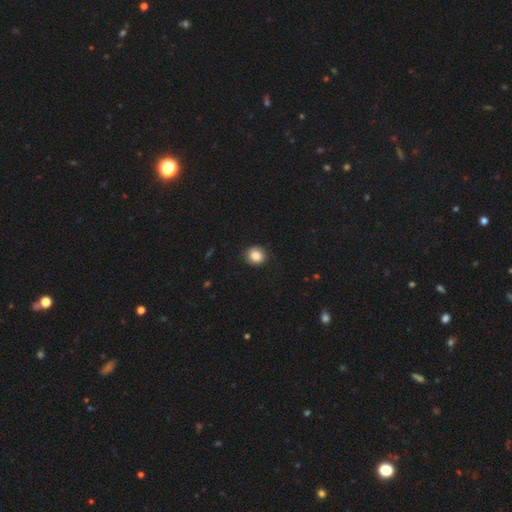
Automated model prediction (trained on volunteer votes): Smooth or featured?
  - smooth: 85% *
  - star or artifact: 9%
  - featured or disk: 5%
How rounded?
  - round: 82% *
  - in between: 17%
  - cigar-shaped: 1%
Merging?
  - none: 89% *
  - minor disturbance: 8%
  - major disturbance: 2%
  - merger: 1%